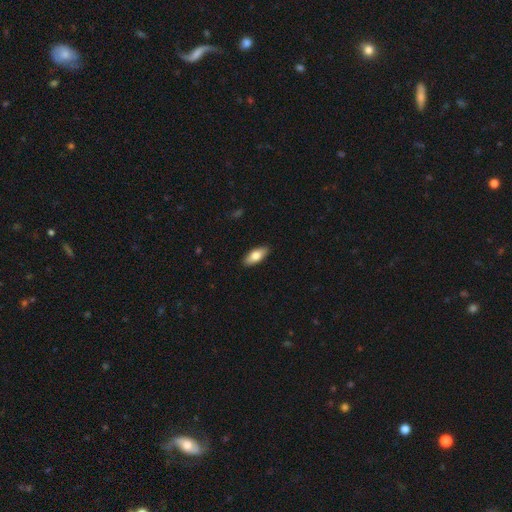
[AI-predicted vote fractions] Smooth or featured? smooth (77%)
How rounded? in between (81%)
Merging? none (90%)